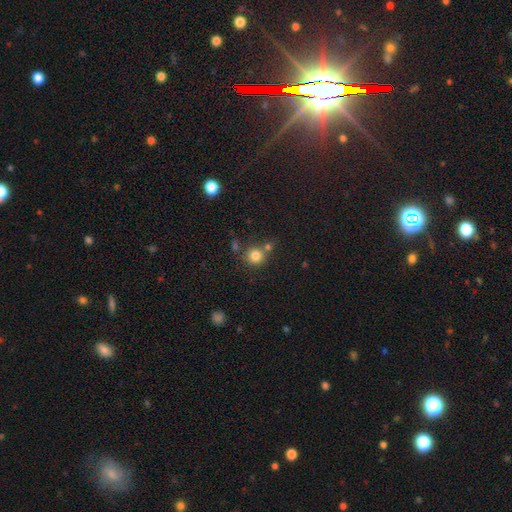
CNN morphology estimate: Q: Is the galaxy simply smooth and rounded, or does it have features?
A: smooth — 82%.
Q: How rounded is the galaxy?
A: round — 91%.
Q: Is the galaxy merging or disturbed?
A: none — 67%.